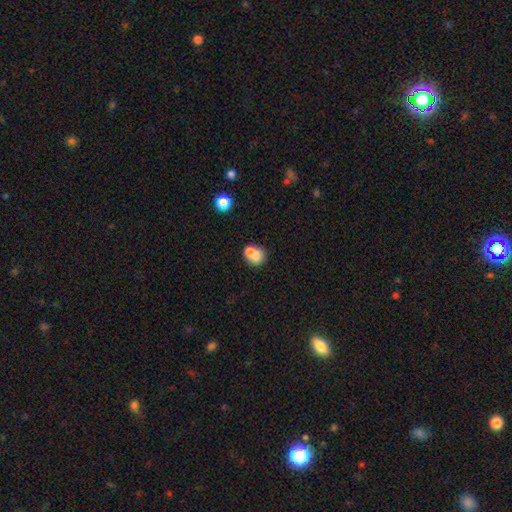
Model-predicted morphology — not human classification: Overall: smooth (71%). How rounded: round (73%). Merging: merger (55%; none 34%).